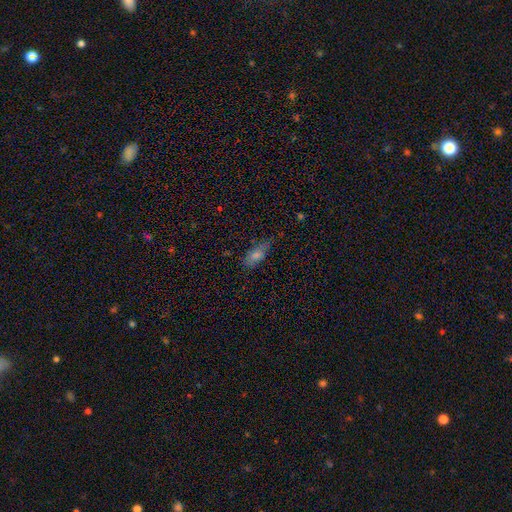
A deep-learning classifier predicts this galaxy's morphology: The model was most divided on "merging": none: 64%, minor disturbance: 27%, major disturbance: 6%, merger: 2%. More confident: smooth or featured — smooth (74%); how rounded — in between (73%).